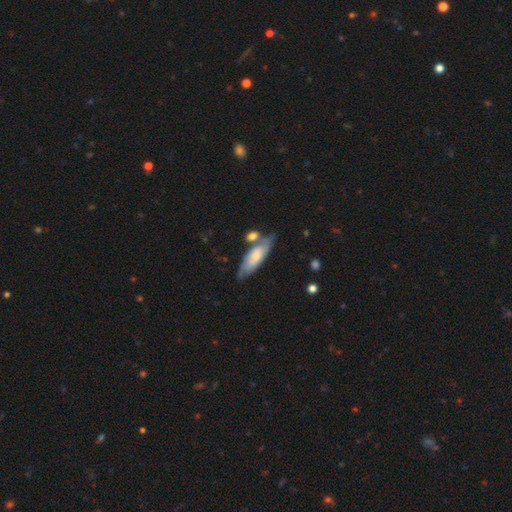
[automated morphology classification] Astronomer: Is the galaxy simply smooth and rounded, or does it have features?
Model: smooth — 54% (runner-up: featured or disk, 40%).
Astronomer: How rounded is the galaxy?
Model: in between — 60% (runner-up: cigar-shaped, 38%).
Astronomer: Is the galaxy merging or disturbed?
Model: none — 56%.